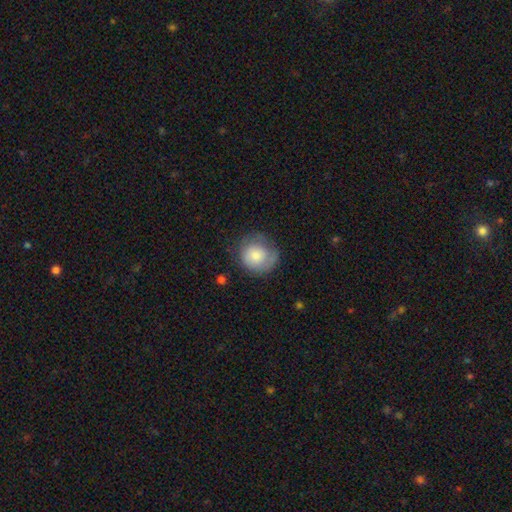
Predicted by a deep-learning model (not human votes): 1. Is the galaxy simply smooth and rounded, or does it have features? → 69% smooth, 24% featured or disk, 7% star or artifact.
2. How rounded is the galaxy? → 86% round, 13% in between, 1% cigar-shaped.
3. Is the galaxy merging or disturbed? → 62% none, 24% minor disturbance, 12% major disturbance, 2% merger.